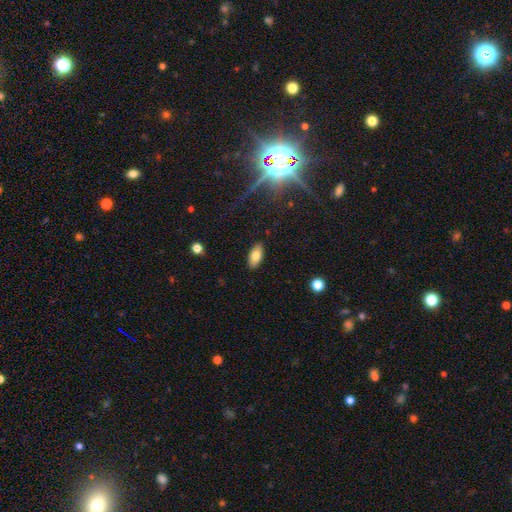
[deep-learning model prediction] A smooth galaxy with no disk features (78%) that is in between round and cigar-shaped (92%).

Vote fractions:
- Smooth or featured? smooth: 78% / featured or disk: 13% / star or artifact: 8%
- How rounded? in between: 92% / cigar-shaped: 5% / round: 3%
- Merging? none: 88% / minor disturbance: 9% / major disturbance: 2% / merger: 1%